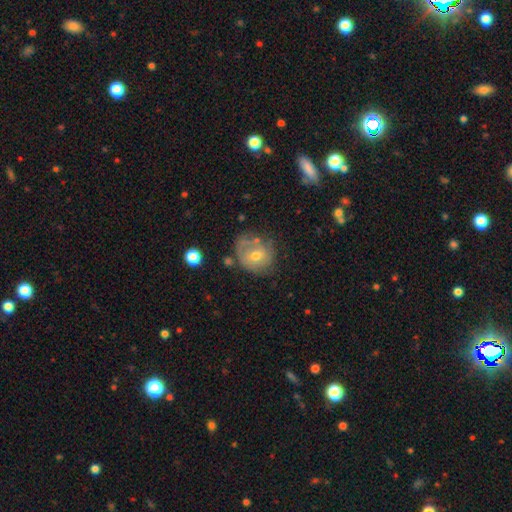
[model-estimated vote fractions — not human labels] smooth-or-featured: smooth: 47% | featured or disk: 43% | star or artifact: 9%
  merging: none: 48% | minor disturbance: 29% | major disturbance: 16% | merger: 7%